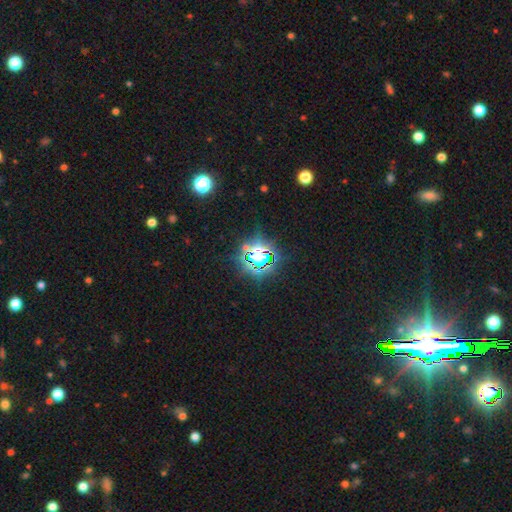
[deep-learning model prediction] This is likely a star or artifact rather than a galaxy (79%).